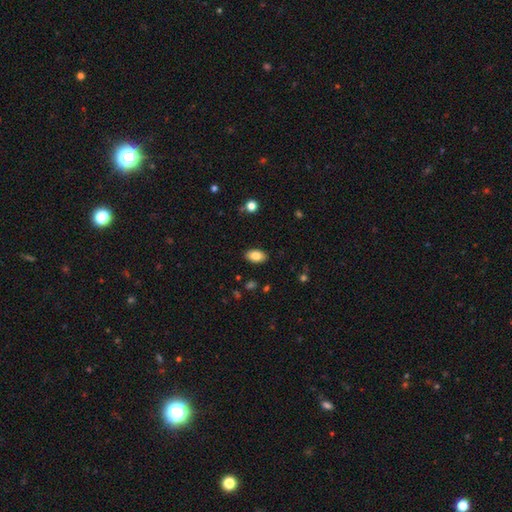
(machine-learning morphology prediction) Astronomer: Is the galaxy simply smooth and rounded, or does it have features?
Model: smooth — 83%.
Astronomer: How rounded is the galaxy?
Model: in between — 93%.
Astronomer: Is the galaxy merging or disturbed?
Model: none — 88%.